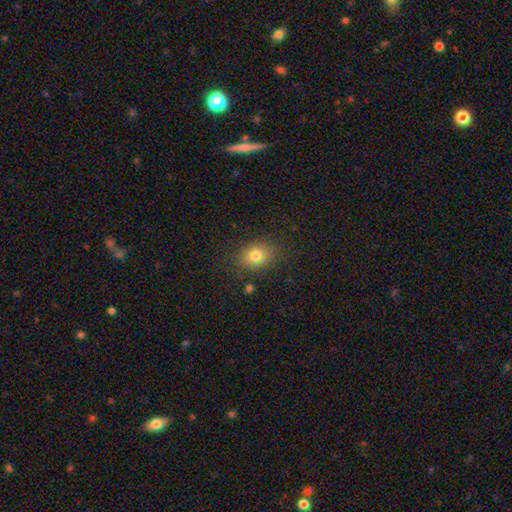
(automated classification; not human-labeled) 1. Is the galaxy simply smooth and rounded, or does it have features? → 79% smooth, 12% star or artifact, 9% featured or disk.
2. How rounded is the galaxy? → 56% in between, 43% round, 1% cigar-shaped.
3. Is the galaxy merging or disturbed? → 84% none, 11% minor disturbance, 4% major disturbance, 2% merger.